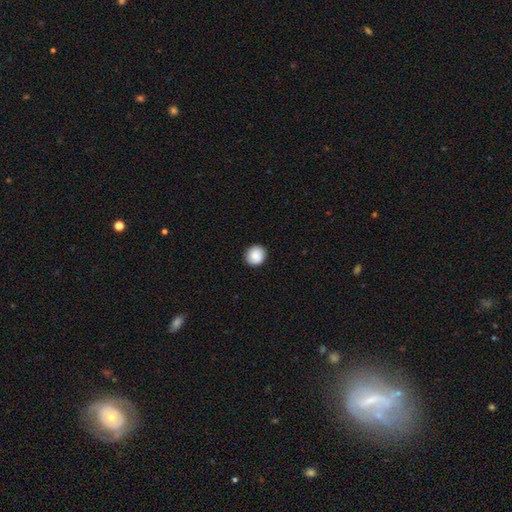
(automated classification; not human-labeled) Q: Smooth or featured?
A: smooth (88%); runner-up: star or artifact (8%)
Q: How rounded?
A: round (88%); runner-up: in between (11%)
Q: Merging?
A: none (91%); runner-up: minor disturbance (6%)